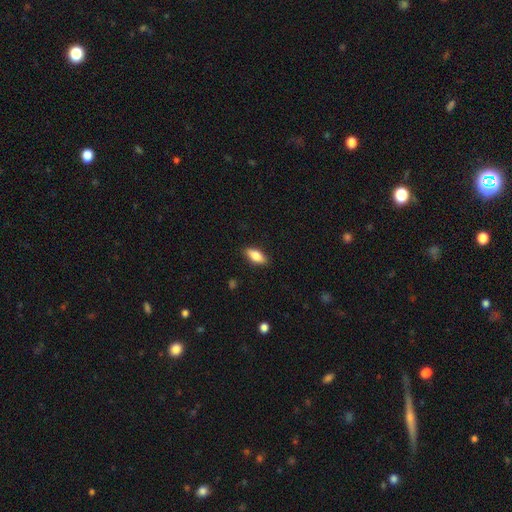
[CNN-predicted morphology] Smooth or featured?
  - smooth: 78% *
  - featured or disk: 15%
  - star or artifact: 6%
How rounded?
  - in between: 82% *
  - cigar-shaped: 15%
  - round: 3%
Merging?
  - none: 87% *
  - minor disturbance: 10%
  - major disturbance: 2%
  - merger: 1%